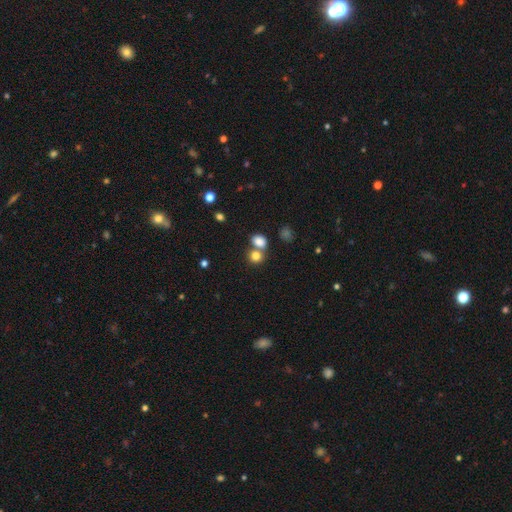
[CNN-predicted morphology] The model was most divided on "merging": none: 50%, merger: 39%, minor disturbance: 8%, major disturbance: 3%. More confident: smooth or featured — smooth (80%); how rounded — round (76%).